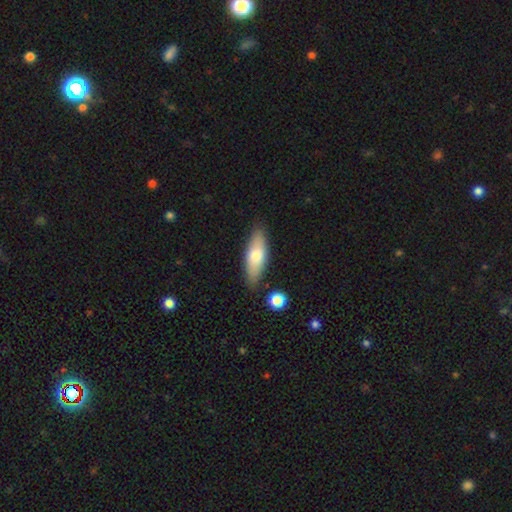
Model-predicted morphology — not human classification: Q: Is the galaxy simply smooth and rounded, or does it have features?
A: smooth — 69%.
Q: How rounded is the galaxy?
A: in between — 64%.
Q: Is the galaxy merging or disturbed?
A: none — 82%.